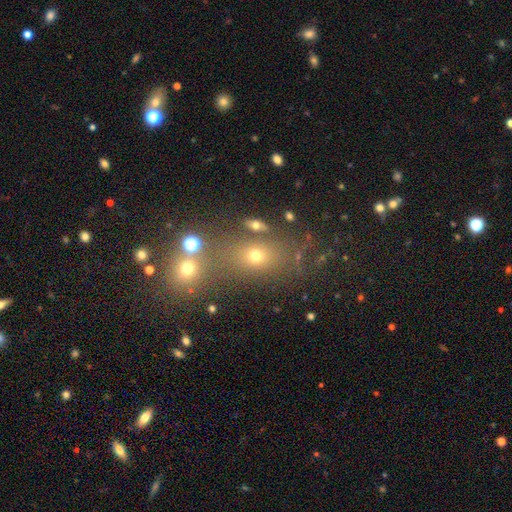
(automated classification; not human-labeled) This appears to be a smooth galaxy with no disk features (62%) that is in between round and cigar-shaped (54%). Merging: none (59%).